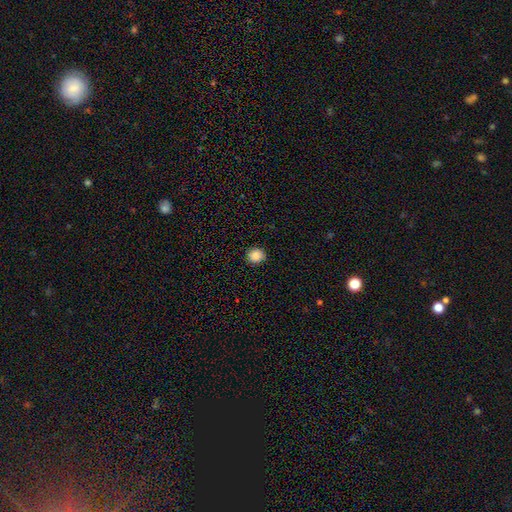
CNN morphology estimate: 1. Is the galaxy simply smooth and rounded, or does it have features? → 87% smooth, 10% star or artifact, 4% featured or disk.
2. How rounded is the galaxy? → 86% round, 13% in between, 1% cigar-shaped.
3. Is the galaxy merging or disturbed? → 90% none, 7% minor disturbance, 2% major disturbance, 1% merger.